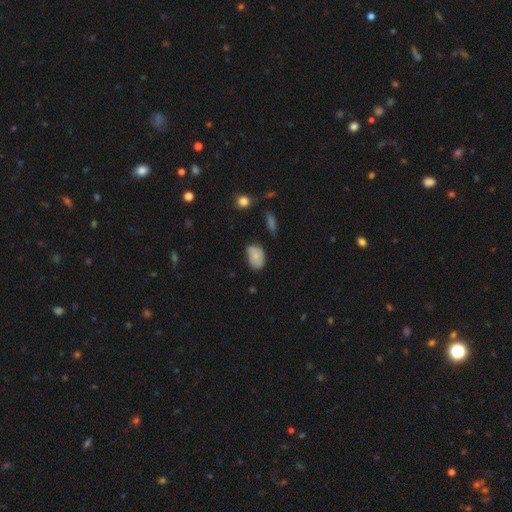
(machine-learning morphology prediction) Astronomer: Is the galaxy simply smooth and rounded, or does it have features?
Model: smooth — 72%.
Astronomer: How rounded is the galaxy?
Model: in between — 84%.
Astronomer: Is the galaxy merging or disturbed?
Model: none — 52% (runner-up: minor disturbance, 35%).